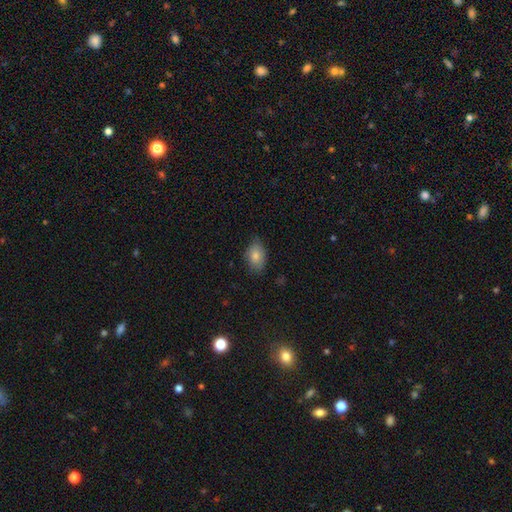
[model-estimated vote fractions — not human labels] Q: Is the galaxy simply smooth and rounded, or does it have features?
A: smooth — 83%.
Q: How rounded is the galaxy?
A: in between — 89%.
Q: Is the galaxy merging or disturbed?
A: none — 74%.